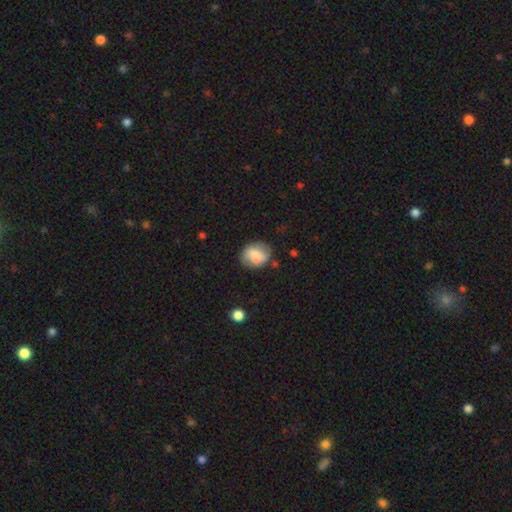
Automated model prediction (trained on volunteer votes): Smooth or featured: smooth — 69% (featured or disk — 23%)
How rounded: round — 58% (in between — 40%)
Merging: none — 65% (minor disturbance — 22%)